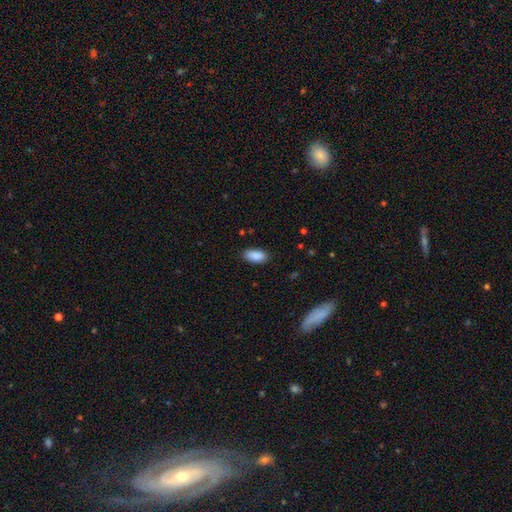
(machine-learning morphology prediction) smooth 90%, star or artifact 7%, featured or disk 3%. Down the decision tree: how rounded — in between (91%); merging — none (87%).